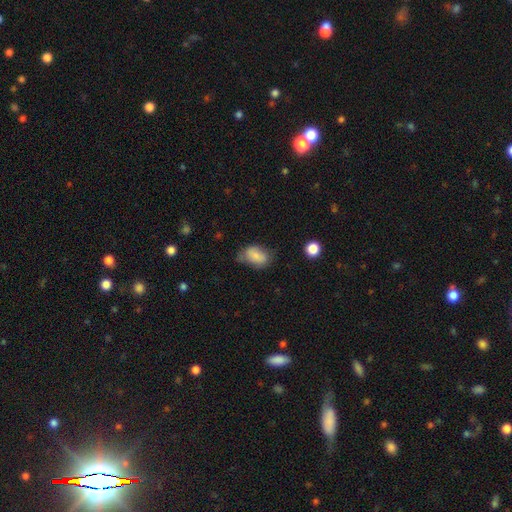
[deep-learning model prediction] Morphology: type=smooth (77%); roundness=in between (85%); merging=none (50%).